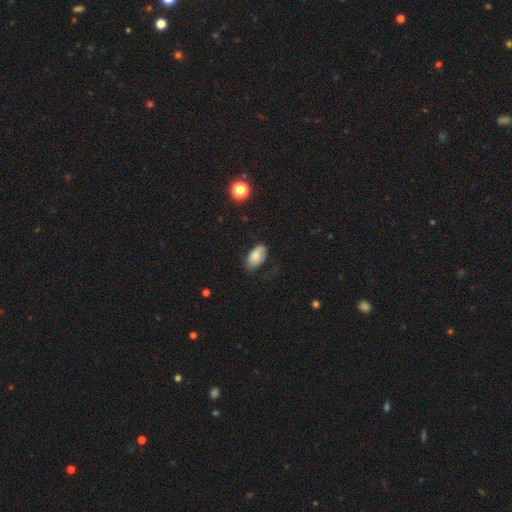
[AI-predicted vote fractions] Smooth or featured? Predicted: smooth (p=0.75). How rounded? Predicted: in between (p=0.93). Merging? Predicted: none (p=0.60).